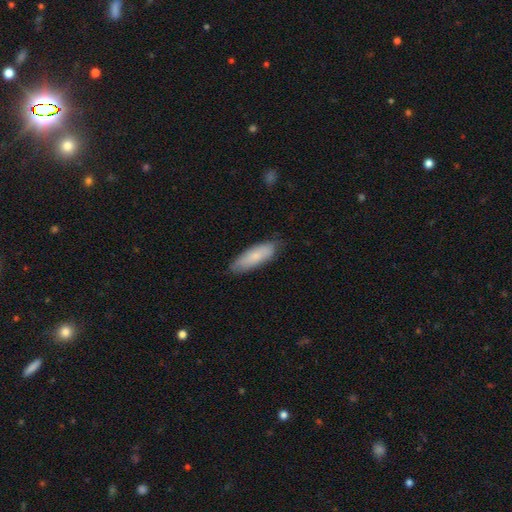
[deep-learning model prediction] A smooth galaxy with no disk features (80%) that is in between round and cigar-shaped (55%). Merging: none (80%).